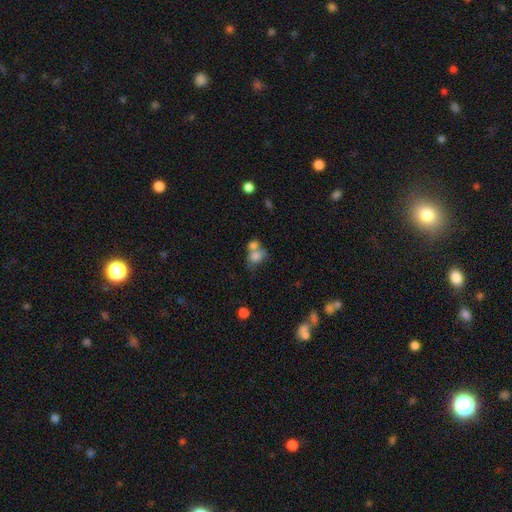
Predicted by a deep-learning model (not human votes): A smooth galaxy with no disk features (75%) that is in between round and cigar-shaped (54%). Merging: merger (57%).